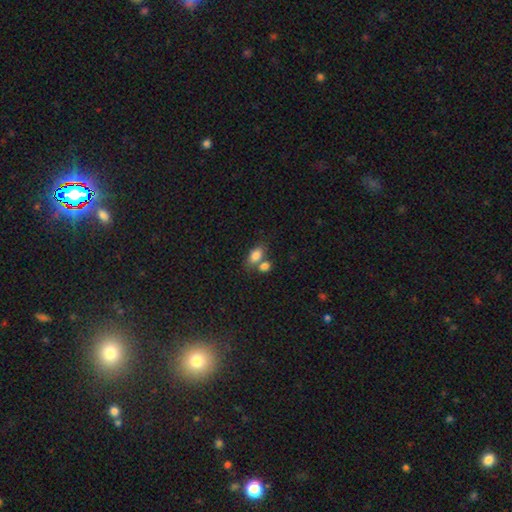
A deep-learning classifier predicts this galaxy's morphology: smooth-or-featured: smooth: 82% | featured or disk: 9% | star or artifact: 9%
  how-rounded: in between: 85% | round: 12% | cigar-shaped: 3%
  merging: merger: 43% | none: 42% | minor disturbance: 11% | major disturbance: 4%